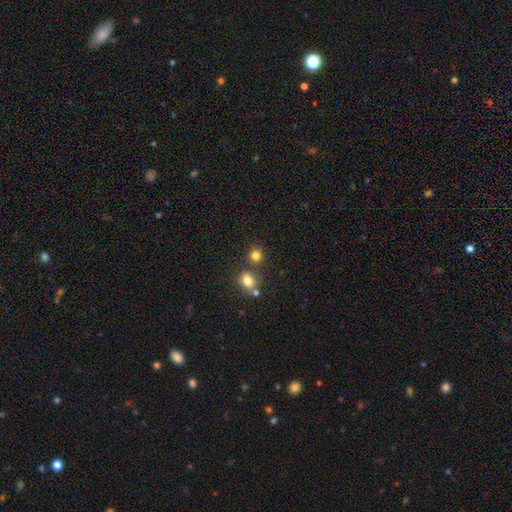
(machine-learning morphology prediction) A smooth galaxy with no disk features (80%) that is round (83%). Merging: none (68%).